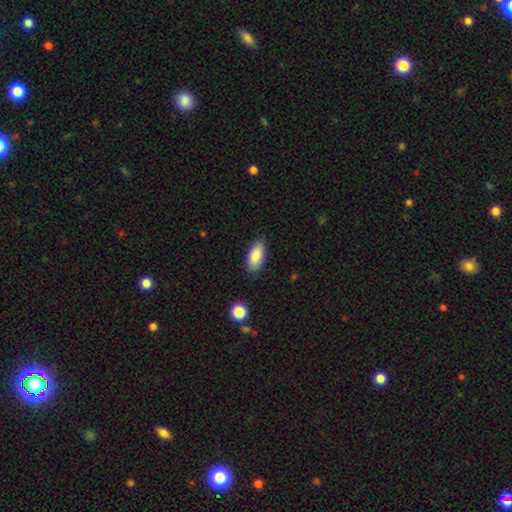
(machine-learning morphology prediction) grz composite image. It shows a smooth galaxy with no disk features (87%) that is in between round and cigar-shaped (89%). Merging: none (84%).